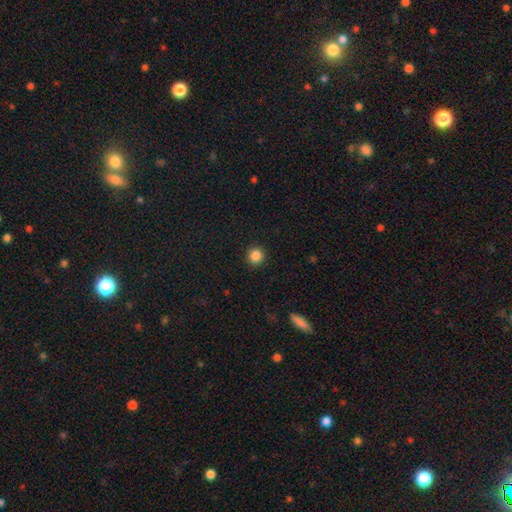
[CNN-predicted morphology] smooth_or_featured: smooth (p=0.86) [alt: star or artifact p=0.10]
how_rounded: round (p=0.93) [alt: in between p=0.06]
merging: none (p=0.92) [alt: minor disturbance p=0.06]